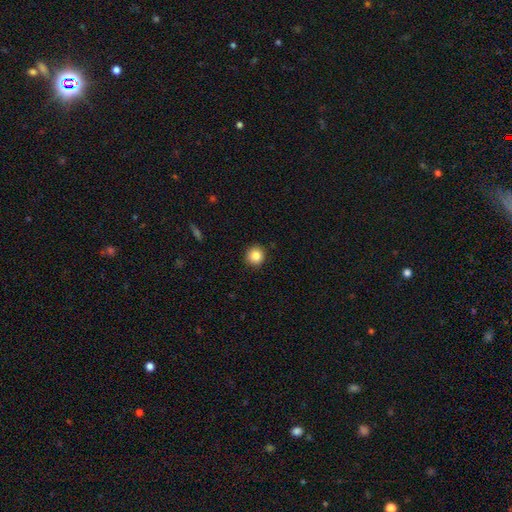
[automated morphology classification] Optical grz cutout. It shows a smooth galaxy with no disk features (86%) that is round (92%). Merging: none (90%).